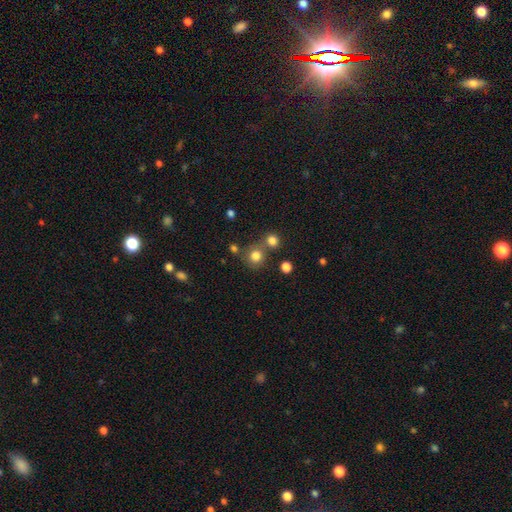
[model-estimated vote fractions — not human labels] Overall: smooth (79%). How rounded: round (88%). Merging: none (64%).